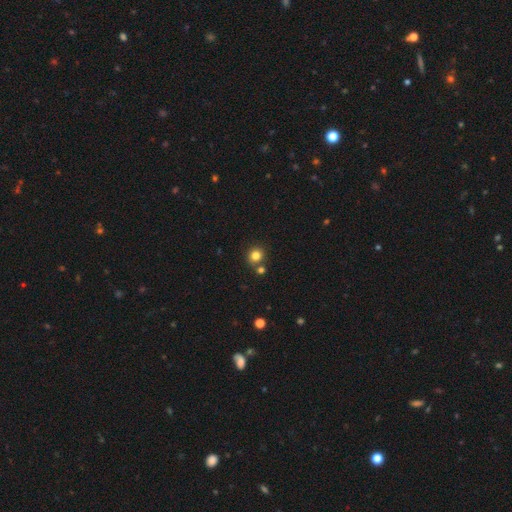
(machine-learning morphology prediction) This is clearly a smooth galaxy (81%). How rounded: clearly round (88%). Merging: likely none (75%).